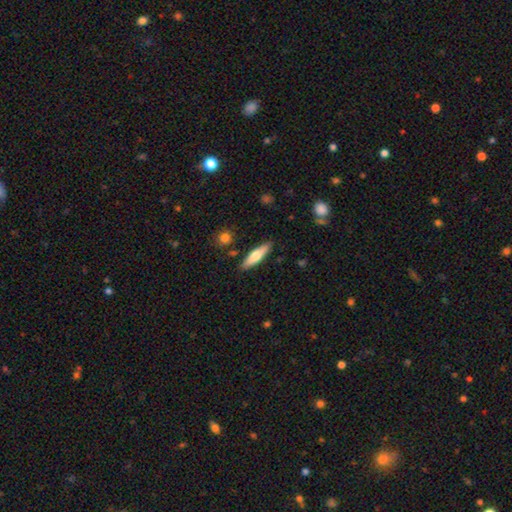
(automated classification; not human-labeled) Smooth or featured? smooth (60%)
How rounded? cigar-shaped (69%)
Merging? none (87%)